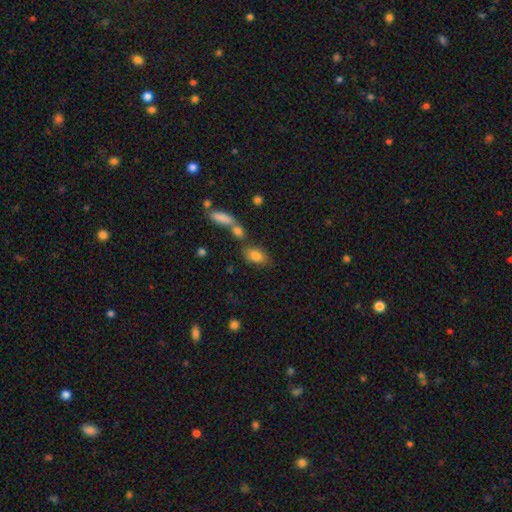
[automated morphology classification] smooth 81%, featured or disk 11%, star or artifact 8%. Down the decision tree: how rounded — in between (86%); merging — none (64%).